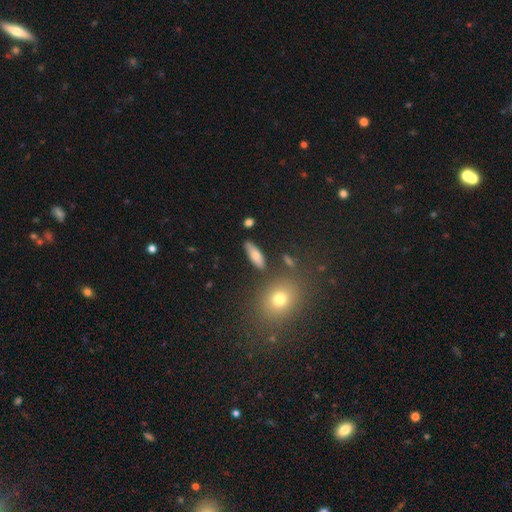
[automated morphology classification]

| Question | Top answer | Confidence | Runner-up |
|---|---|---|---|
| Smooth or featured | smooth | 74% | featured or disk (17%) |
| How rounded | in between | 59% | cigar-shaped (36%) |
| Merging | none | 81% | minor disturbance (11%) |